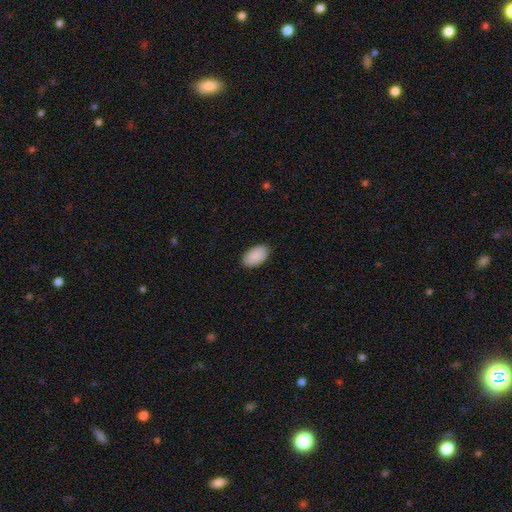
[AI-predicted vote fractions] smooth-or-featured: smooth: 91% | star or artifact: 6% | featured or disk: 3%
  how-rounded: in between: 95% | round: 4% | cigar-shaped: 1%
  merging: none: 86% | minor disturbance: 11% | major disturbance: 2% | merger: 1%